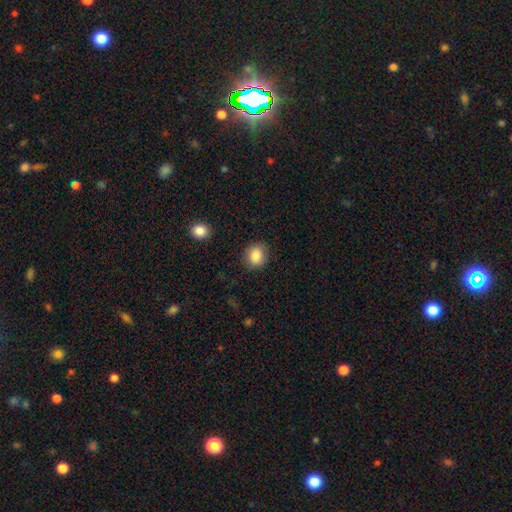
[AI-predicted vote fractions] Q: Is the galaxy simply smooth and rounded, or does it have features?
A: smooth — 87%.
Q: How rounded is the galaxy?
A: round — 69%.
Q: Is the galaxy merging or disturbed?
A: none — 84%.